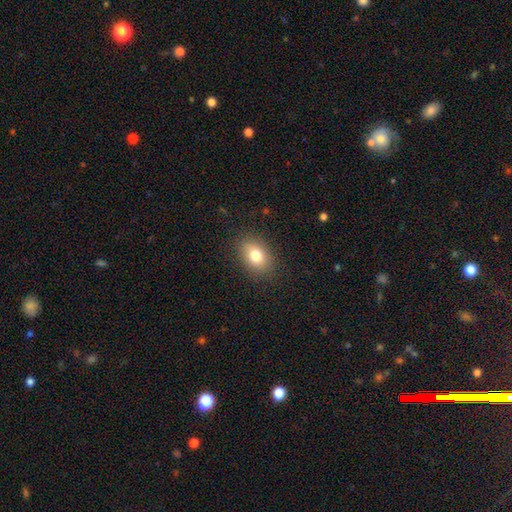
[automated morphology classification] A smooth galaxy with no disk features (78%) that is in between round and cigar-shaped (74%).

Vote fractions:
- Smooth or featured? smooth: 78% / featured or disk: 11% / star or artifact: 10%
- How rounded? in between: 74% / round: 25% / cigar-shaped: 1%
- Merging? none: 86% / minor disturbance: 10% / major disturbance: 3% / merger: 1%